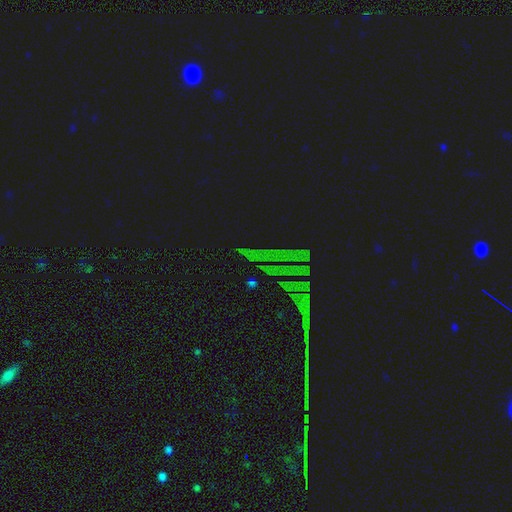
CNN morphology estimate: Smooth or featured: star or artifact — 84% (featured or disk — 8%)